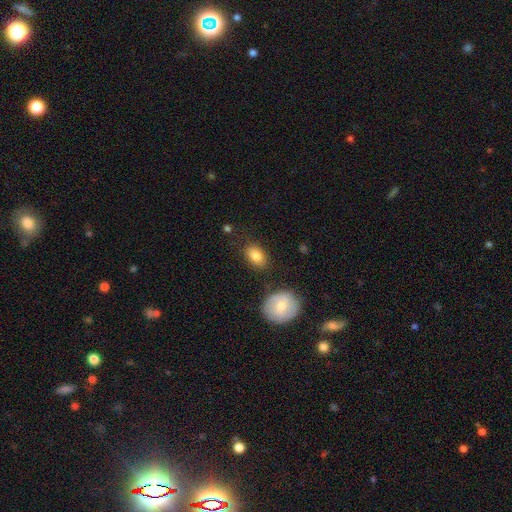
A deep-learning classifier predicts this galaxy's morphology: smooth_or_featured: smooth (p=0.85) [alt: featured or disk p=0.08]
how_rounded: in between (p=0.85) [alt: round p=0.14]
merging: none (p=0.81) [alt: minor disturbance p=0.12]